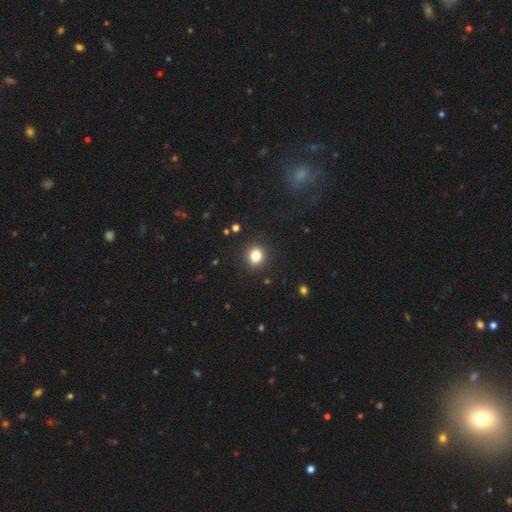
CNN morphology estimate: Smooth or featured? smooth (82%)
How rounded? round (67%)
Merging? none (89%)